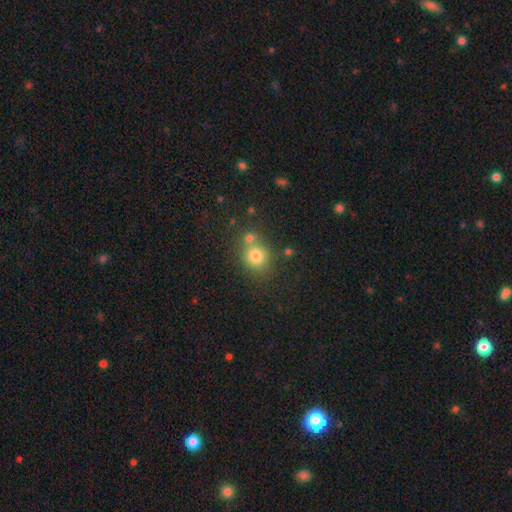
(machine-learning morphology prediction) Smooth or featured?
  - smooth: 78% *
  - star or artifact: 13%
  - featured or disk: 9%
How rounded?
  - round: 81% *
  - in between: 18%
  - cigar-shaped: 1%
Merging?
  - none: 60% *
  - merger: 25%
  - minor disturbance: 11%
  - major disturbance: 4%